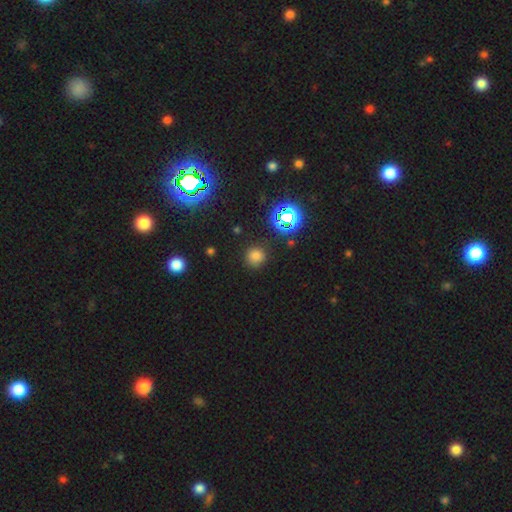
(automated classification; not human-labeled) smooth 70%, star or artifact 24%, featured or disk 6%. Down the decision tree: how rounded — round (90%); merging — none (87%).